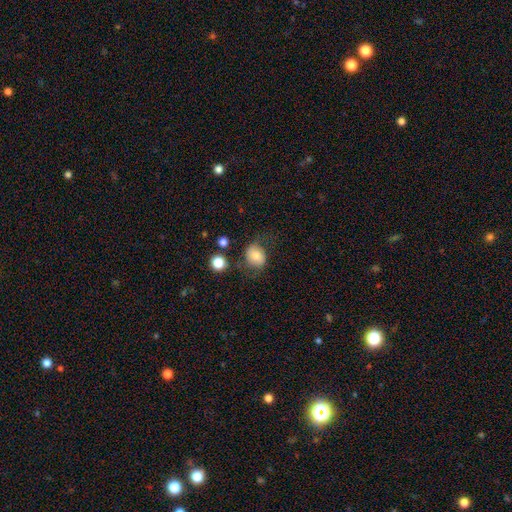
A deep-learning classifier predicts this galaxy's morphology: This appears to be a smooth galaxy with no disk features (69%) that is round (62%). Merging: none (59%).